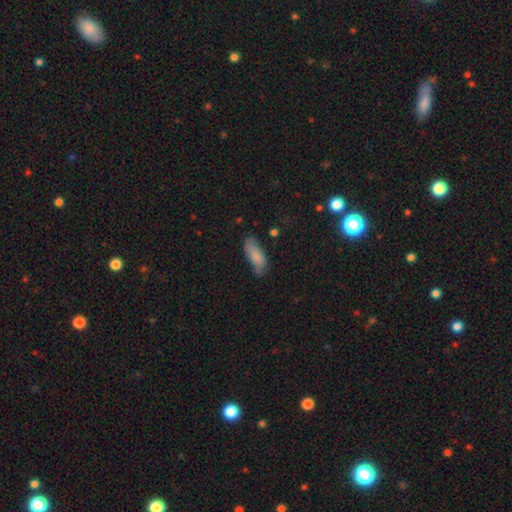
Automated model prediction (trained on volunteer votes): A smooth galaxy with no disk features (80%) that is in between round and cigar-shaped (75%). Merging: none (63%).